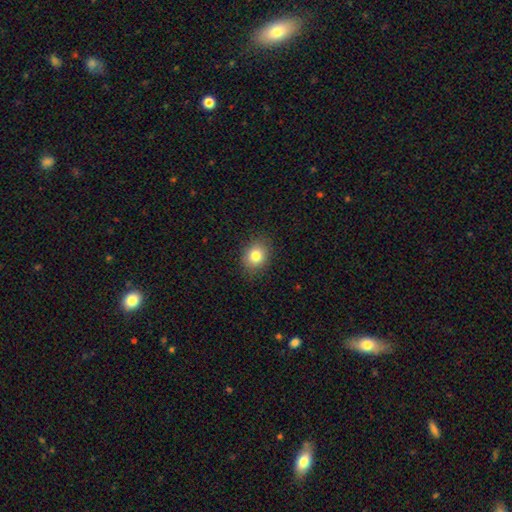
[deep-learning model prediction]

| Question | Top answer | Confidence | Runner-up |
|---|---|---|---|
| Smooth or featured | smooth | 81% | star or artifact (11%) |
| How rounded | round | 52% | in between (47%) |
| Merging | none | 87% | minor disturbance (9%) |